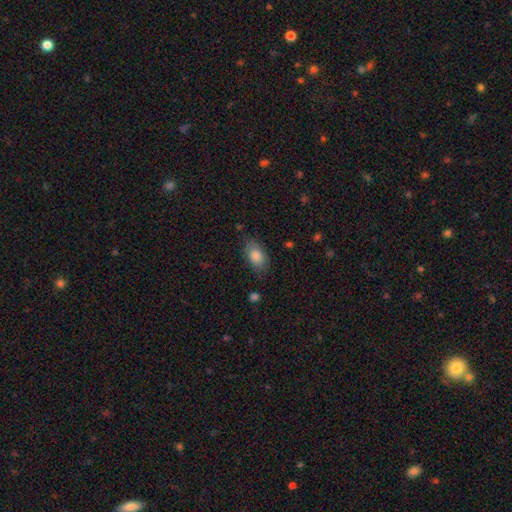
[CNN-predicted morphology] This appears to be a smooth galaxy with no disk features (84%) that is in between round and cigar-shaped (90%). Merging: none (80%).